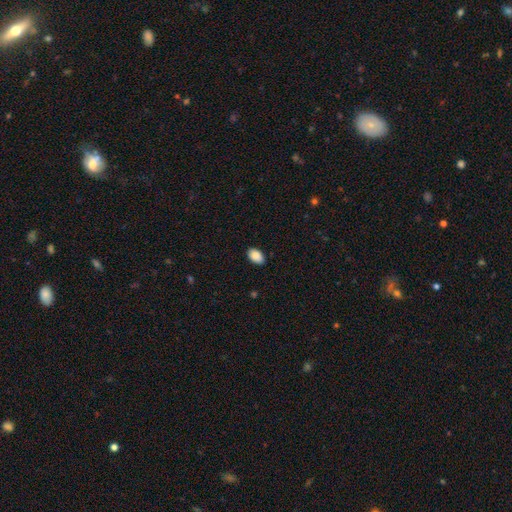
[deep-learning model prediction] smooth-or-featured: smooth: 87% | star or artifact: 7% | featured or disk: 6%
  how-rounded: in between: 92% | round: 7% | cigar-shaped: 1%
  merging: none: 88% | minor disturbance: 9% | major disturbance: 2% | merger: 1%